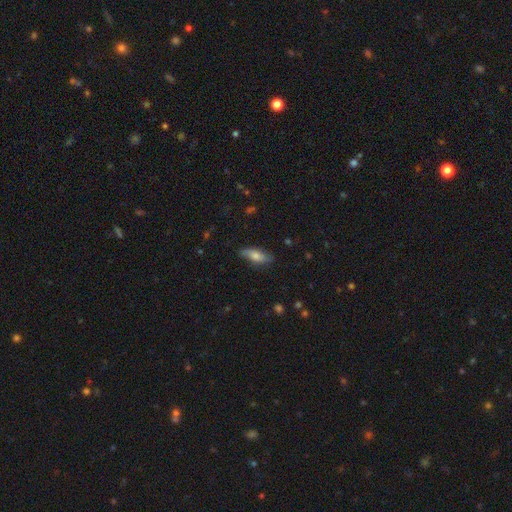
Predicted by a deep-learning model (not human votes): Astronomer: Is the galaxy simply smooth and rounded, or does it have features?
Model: smooth — 65%.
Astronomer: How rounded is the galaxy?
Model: in between — 64%.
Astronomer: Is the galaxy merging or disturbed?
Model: none — 76%.